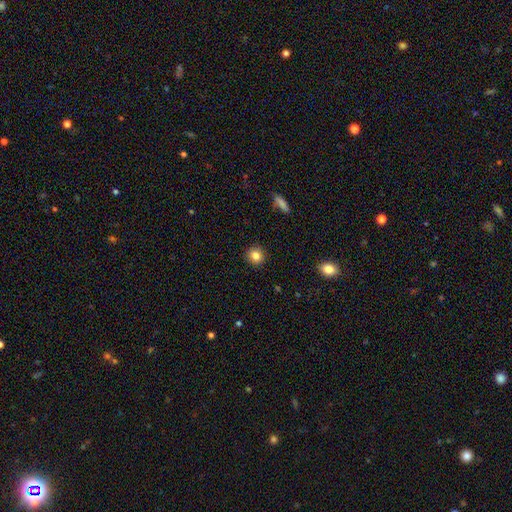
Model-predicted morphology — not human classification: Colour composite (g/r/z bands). It shows a smooth galaxy with no disk features (83%) that is round (88%). Merging: none (91%).